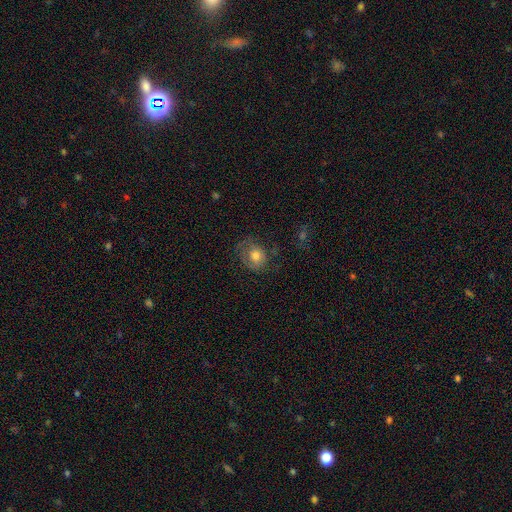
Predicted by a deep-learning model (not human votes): A smooth galaxy with no disk features (64%) that is round (63%). Merging: none (56%).